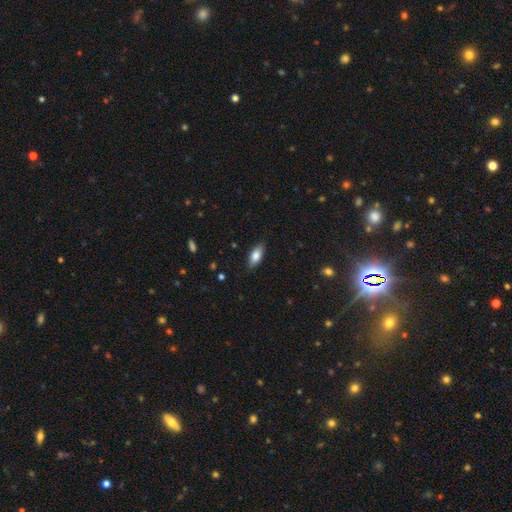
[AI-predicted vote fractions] Smooth or featured?
  - smooth: 76% *
  - featured or disk: 17%
  - star or artifact: 7%
How rounded?
  - in between: 83% *
  - cigar-shaped: 14%
  - round: 3%
Merging?
  - none: 83% *
  - minor disturbance: 14%
  - major disturbance: 3%
  - merger: 1%